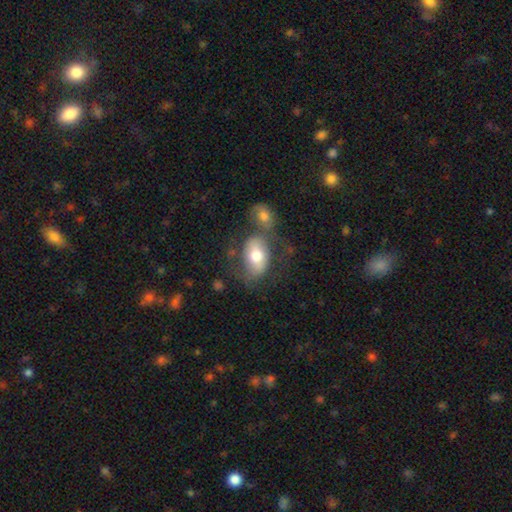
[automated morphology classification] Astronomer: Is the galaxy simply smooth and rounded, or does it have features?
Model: smooth — 58% (runner-up: featured or disk, 35%).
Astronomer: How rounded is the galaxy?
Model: in between — 84%.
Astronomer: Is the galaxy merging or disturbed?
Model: none — 44% (runner-up: merger, 27%).